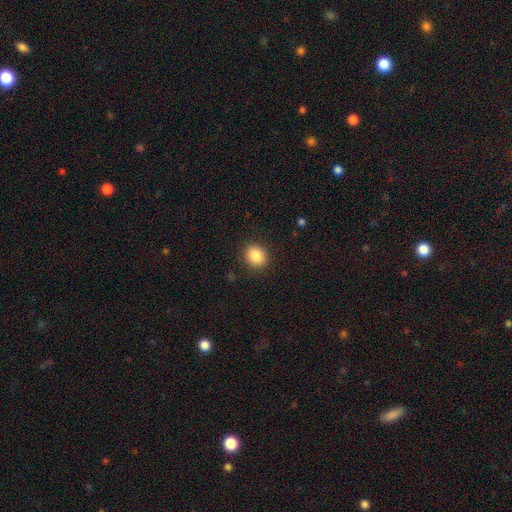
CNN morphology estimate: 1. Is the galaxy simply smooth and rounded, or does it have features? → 87% smooth, 9% star or artifact, 4% featured or disk.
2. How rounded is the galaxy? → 68% round, 31% in between, 1% cigar-shaped.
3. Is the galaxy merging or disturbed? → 89% none, 7% minor disturbance, 2% major disturbance, 1% merger.